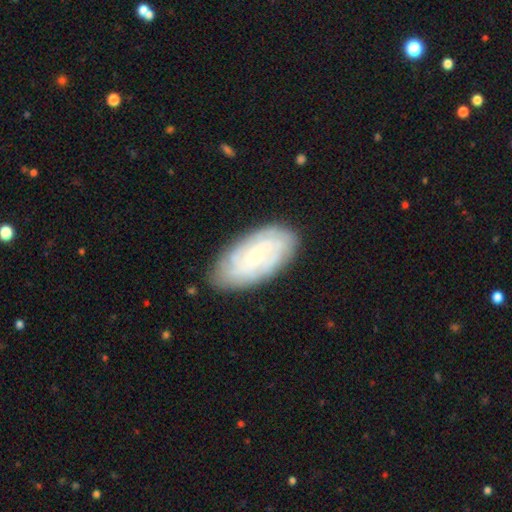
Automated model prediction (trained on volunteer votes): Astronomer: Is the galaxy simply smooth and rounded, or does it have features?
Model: featured or disk — 67%.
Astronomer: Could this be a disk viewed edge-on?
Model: no — 94%.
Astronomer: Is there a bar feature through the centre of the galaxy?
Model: no — 72%.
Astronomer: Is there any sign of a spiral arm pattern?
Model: yes — 87%.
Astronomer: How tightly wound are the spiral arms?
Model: tight — 72%.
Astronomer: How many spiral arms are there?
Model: can't tell — 54%.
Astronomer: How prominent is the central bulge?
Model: small — 78%.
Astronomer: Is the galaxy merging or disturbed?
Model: none — 80%.